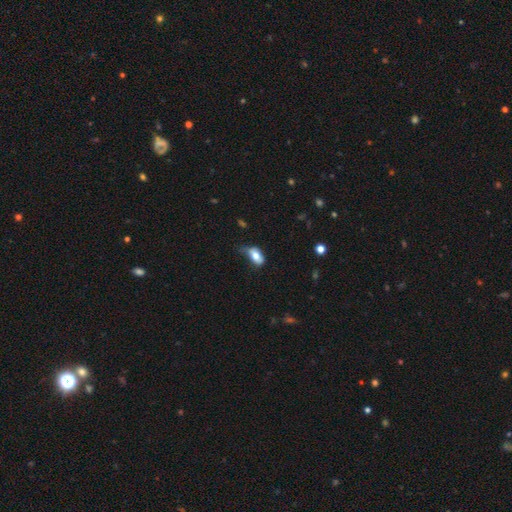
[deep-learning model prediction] Overall: smooth (73%). How rounded: in between (89%). Merging: minor disturbance (42%; none 27%).